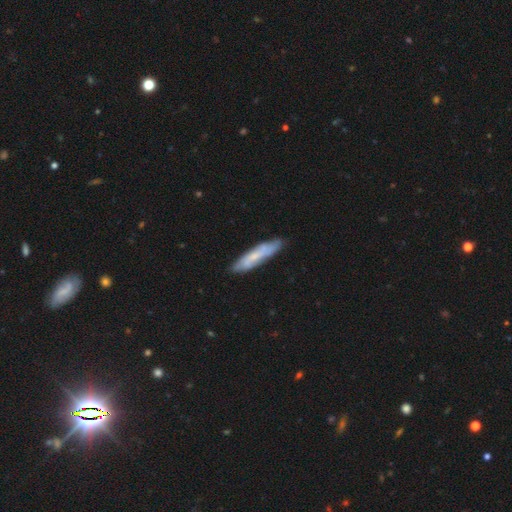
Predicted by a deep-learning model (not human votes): Smooth or featured? smooth (49%)
Merging? none (80%)